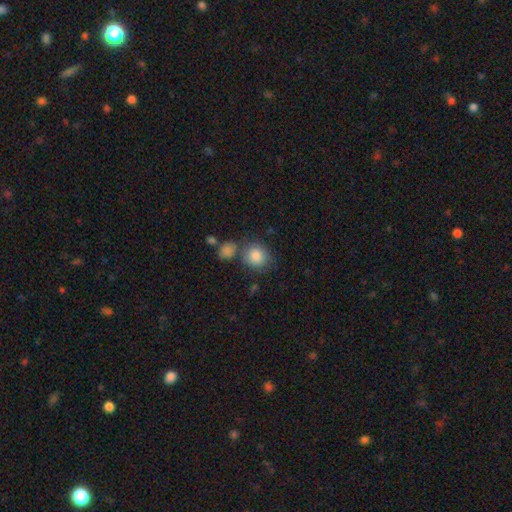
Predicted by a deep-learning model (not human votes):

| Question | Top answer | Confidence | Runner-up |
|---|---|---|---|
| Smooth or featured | smooth | 86% | star or artifact (8%) |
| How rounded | round | 83% | in between (16%) |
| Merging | none | 66% | merger (16%) |